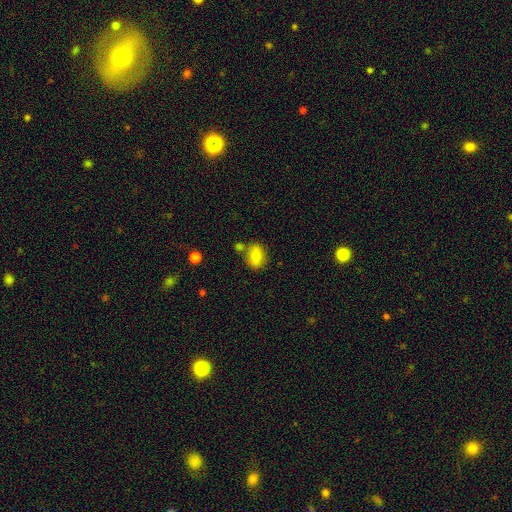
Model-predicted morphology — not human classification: Smooth or featured?
  - smooth: 78% *
  - featured or disk: 13%
  - star or artifact: 9%
How rounded?
  - in between: 65% *
  - round: 32%
  - cigar-shaped: 3%
Merging?
  - none: 70% *
  - minor disturbance: 14%
  - merger: 13%
  - major disturbance: 4%